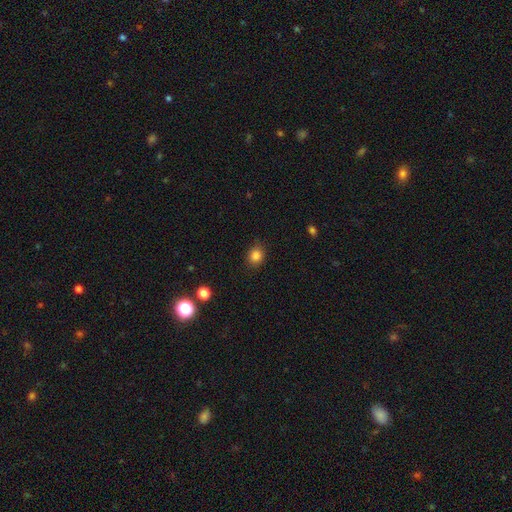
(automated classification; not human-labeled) This is clearly a smooth galaxy (84%). How rounded: likely round (68%). Merging: clearly none (86%).